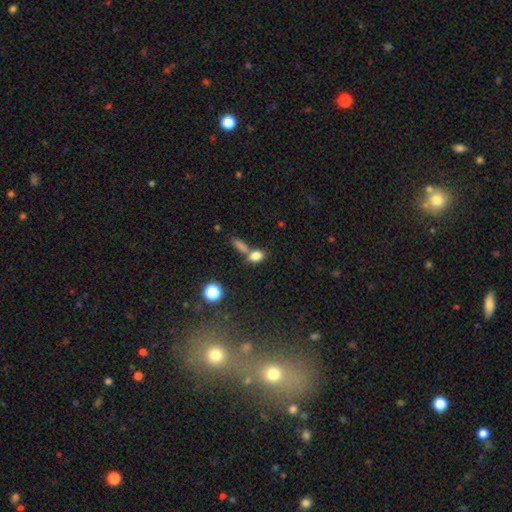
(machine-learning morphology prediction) Smooth or featured?
  - smooth: 80% *
  - star or artifact: 12%
  - featured or disk: 8%
How rounded?
  - in between: 76% *
  - round: 18%
  - cigar-shaped: 6%
Merging?
  - none: 44% *
  - merger: 41%
  - minor disturbance: 10%
  - major disturbance: 5%